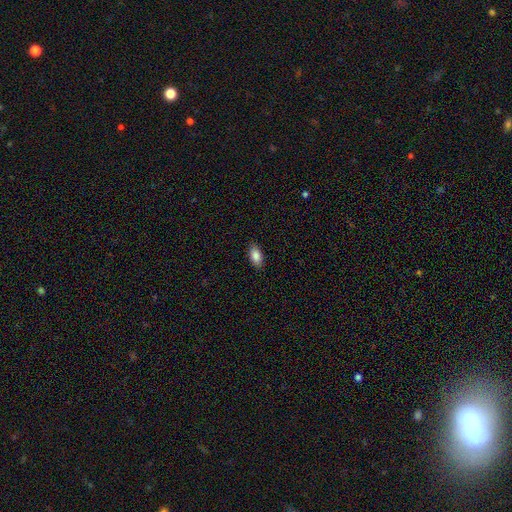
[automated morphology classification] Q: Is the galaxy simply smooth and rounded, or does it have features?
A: smooth — 87%.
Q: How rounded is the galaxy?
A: in between — 91%.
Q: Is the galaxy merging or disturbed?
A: none — 88%.